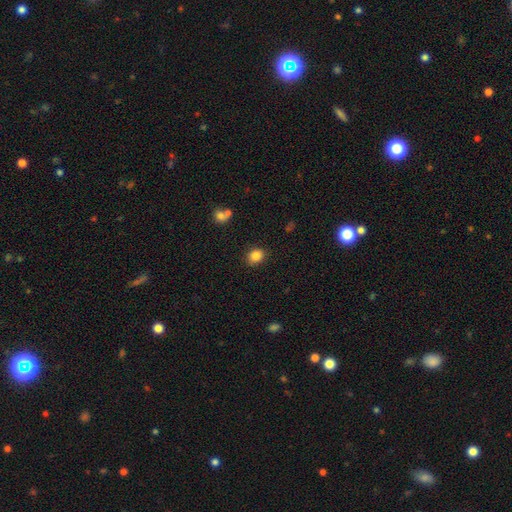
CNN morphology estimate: A smooth galaxy with no disk features (85%) that is round (56%).

Vote fractions:
- Smooth or featured? smooth: 85% / star or artifact: 10% / featured or disk: 5%
- How rounded? round: 56% / in between: 43% / cigar-shaped: 1%
- Merging? none: 85% / minor disturbance: 10% / major disturbance: 3% / merger: 2%